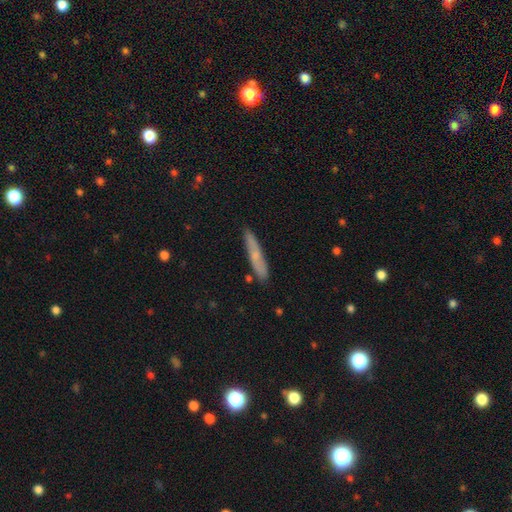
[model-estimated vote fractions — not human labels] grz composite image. It shows a smooth galaxy with no disk features (60%) that is cigar-shaped (89%). Merging: none (85%).